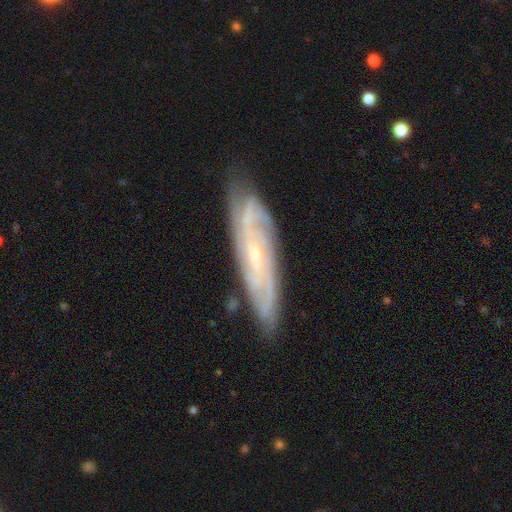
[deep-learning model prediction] Smooth or featured: featured or disk — 82% (smooth — 12%)
Edge-on disk: no — 79% (yes — 21%)
Bar: no — 63% (weak — 28%)
Spiral arms: yes — 95% (no — 5%)
Spiral winding: tight — 63% (medium — 30%)
Spiral arm count: can't tell — 35% (2 — 22%)
Bulge size: small — 79% (moderate — 16%)
Merging: none — 79% (minor disturbance — 16%)